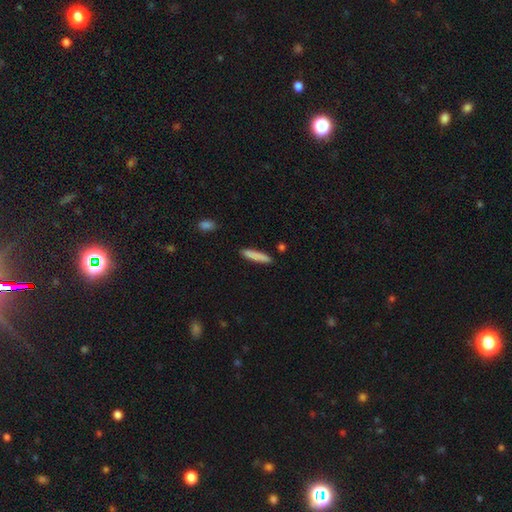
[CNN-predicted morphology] A smooth galaxy with no disk features (84%) that is cigar-shaped (90%). Merging: none (89%).